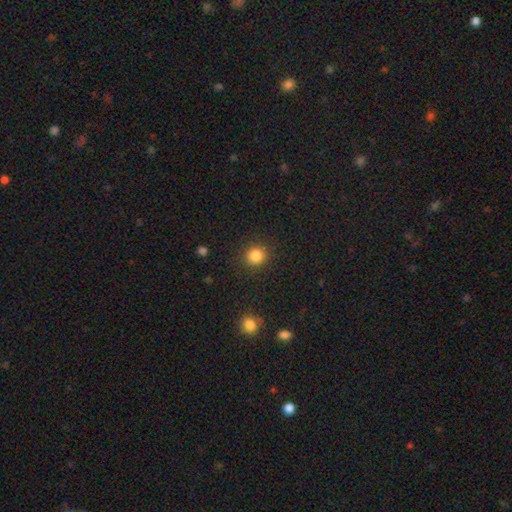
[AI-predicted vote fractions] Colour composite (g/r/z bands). It shows a smooth galaxy with no disk features (84%) that is round (88%). Merging: none (89%).